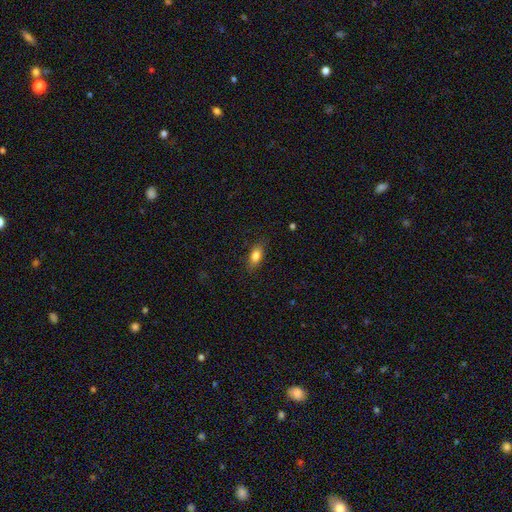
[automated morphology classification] Smooth or featured?
  - smooth: 82% *
  - featured or disk: 10%
  - star or artifact: 8%
How rounded?
  - in between: 85% *
  - cigar-shaped: 9%
  - round: 6%
Merging?
  - none: 84% *
  - minor disturbance: 12%
  - major disturbance: 3%
  - merger: 1%